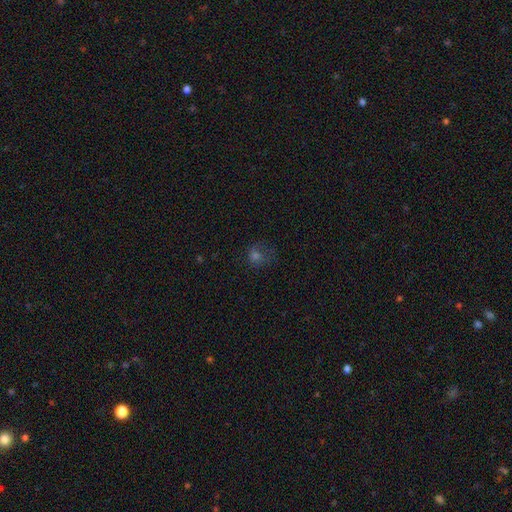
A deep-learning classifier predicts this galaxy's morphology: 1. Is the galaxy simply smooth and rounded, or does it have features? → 58% smooth, 27% star or artifact, 15% featured or disk.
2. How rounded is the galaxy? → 79% round, 19% in between, 1% cigar-shaped.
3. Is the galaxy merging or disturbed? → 61% none, 21% minor disturbance, 17% major disturbance, 2% merger.